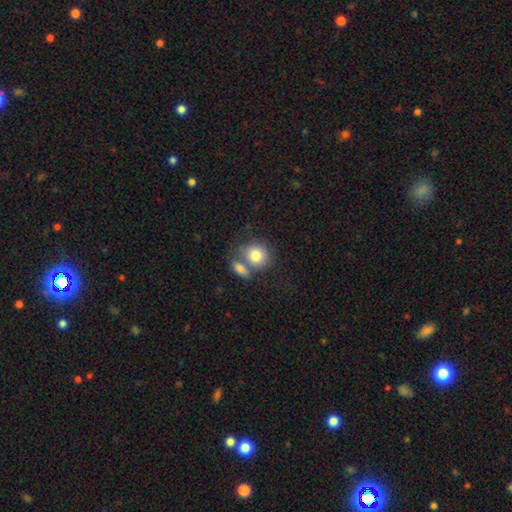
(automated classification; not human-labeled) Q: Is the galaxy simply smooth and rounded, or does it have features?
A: smooth — 79%.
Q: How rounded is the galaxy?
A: round — 74%.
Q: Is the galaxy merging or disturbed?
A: none — 44%.